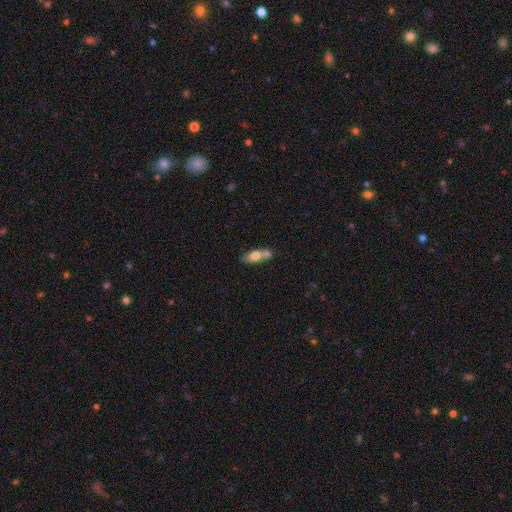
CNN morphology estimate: type=smooth (69%); roundness=in between (72%); merging=merger (42%).